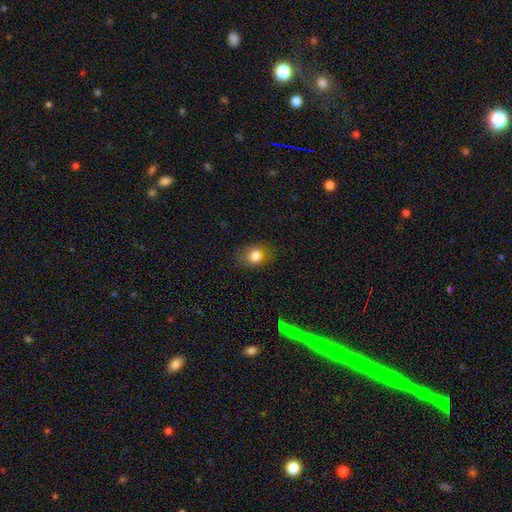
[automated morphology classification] Smooth or featured?
  - smooth: 81% *
  - star or artifact: 11%
  - featured or disk: 9%
How rounded?
  - round: 54% *
  - in between: 45%
  - cigar-shaped: 1%
Merging?
  - none: 78% *
  - minor disturbance: 16%
  - major disturbance: 5%
  - merger: 1%